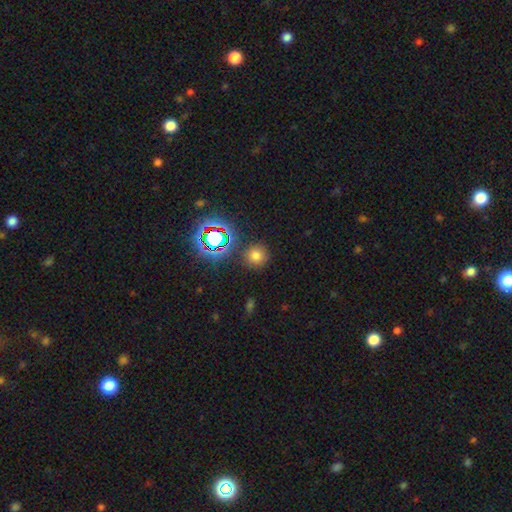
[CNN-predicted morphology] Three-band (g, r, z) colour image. It shows a smooth galaxy with no disk features (70%) that is round (91%). Merging: none (85%).